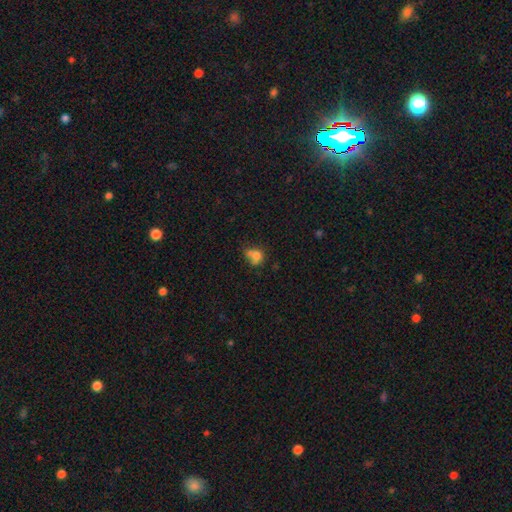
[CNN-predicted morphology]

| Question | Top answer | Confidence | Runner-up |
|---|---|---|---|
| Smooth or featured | smooth | 73% | featured or disk (14%) |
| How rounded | round | 58% | in between (41%) |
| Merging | none | 34% | merger (28%) |